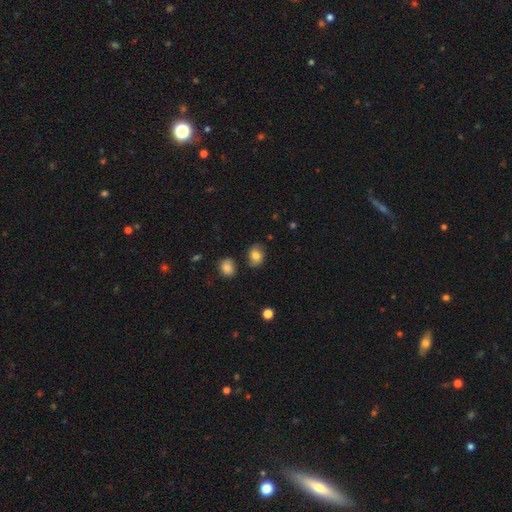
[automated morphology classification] A smooth galaxy with no disk features (78%) that is in between round and cigar-shaped (65%).

Vote fractions:
- Smooth or featured? smooth: 78% / featured or disk: 13% / star or artifact: 10%
- How rounded? in between: 65% / round: 33% / cigar-shaped: 1%
- Merging? none: 78% / minor disturbance: 15% / merger: 4% / major disturbance: 3%